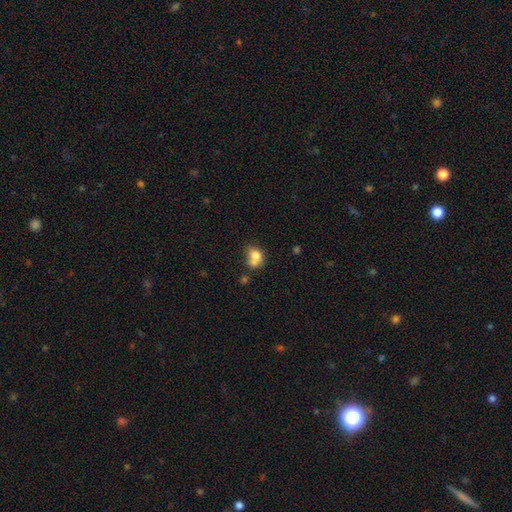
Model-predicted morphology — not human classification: Smooth or featured? smooth (75%)
How rounded? in between (52%)
Merging? merger (50%)